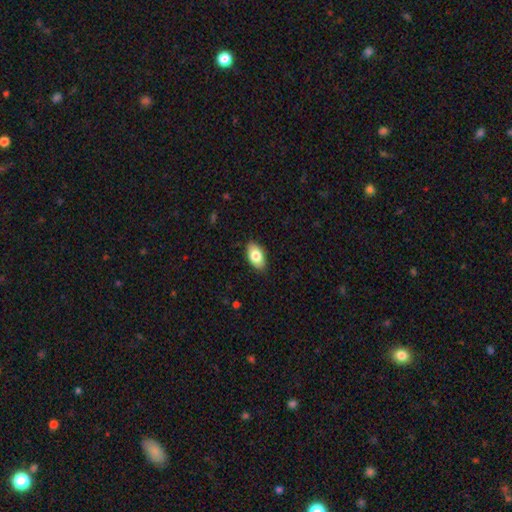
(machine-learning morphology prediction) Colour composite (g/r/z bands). It shows a smooth galaxy with no disk features (80%) that is in between round and cigar-shaped (93%). Merging: none (87%).